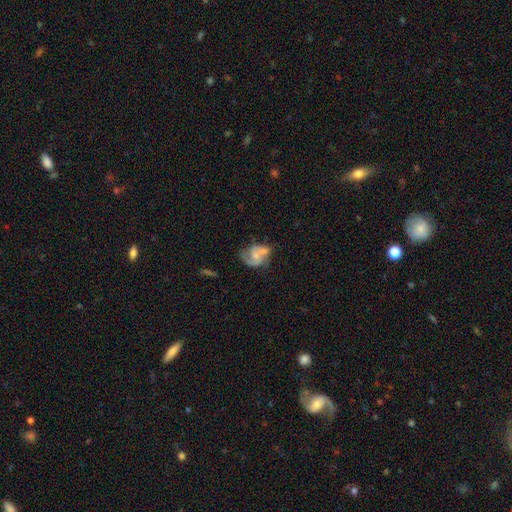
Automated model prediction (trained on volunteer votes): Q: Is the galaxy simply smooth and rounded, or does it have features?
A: featured or disk — 69%.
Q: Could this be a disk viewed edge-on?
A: no — 98%.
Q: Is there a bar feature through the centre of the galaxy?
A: no — 63%.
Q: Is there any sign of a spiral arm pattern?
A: yes — 86%.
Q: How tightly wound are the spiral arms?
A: medium — 48%.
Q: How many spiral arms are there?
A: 2 — 68%.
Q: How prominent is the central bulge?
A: small — 45%.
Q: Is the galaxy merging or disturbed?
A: none — 35%.